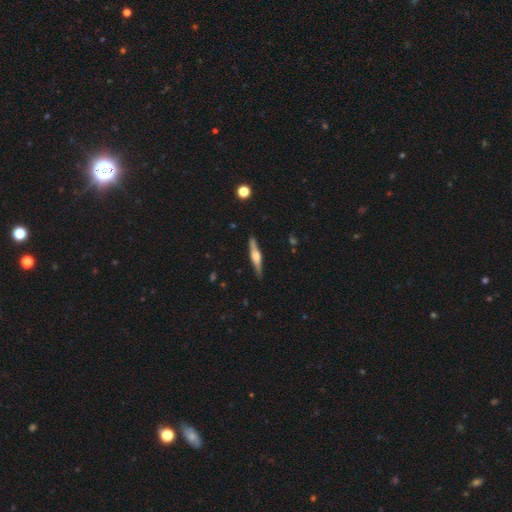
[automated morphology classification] Smooth or featured? featured or disk (69%)
Edge-on disk? yes (97%)
Edge-on bulge? rounded (79%)
Merging? none (88%)